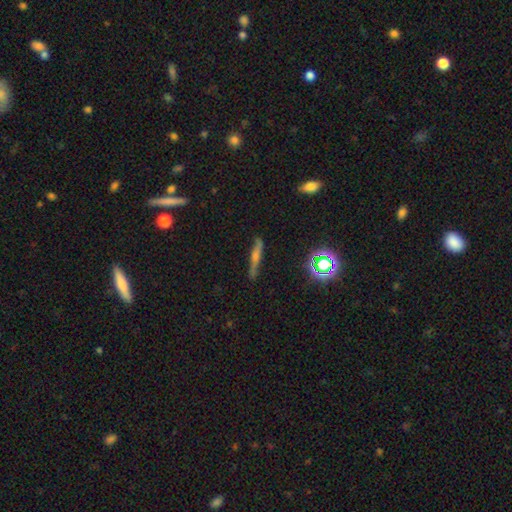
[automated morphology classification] smooth-or-featured: featured or disk: 51% | smooth: 34% | star or artifact: 15%
  disk-edge-on: yes: 92% | no: 8%
  merging: none: 84% | minor disturbance: 12% | major disturbance: 3% | merger: 2%